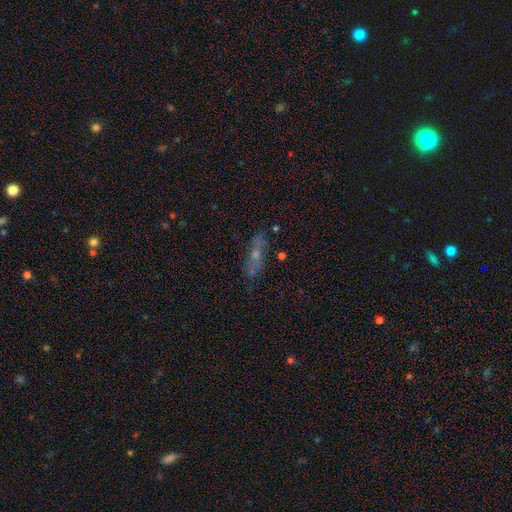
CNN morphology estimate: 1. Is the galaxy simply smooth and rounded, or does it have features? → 47% featured or disk, 36% smooth, 17% star or artifact.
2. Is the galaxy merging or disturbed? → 72% none, 16% minor disturbance, 6% major disturbance, 5% merger.